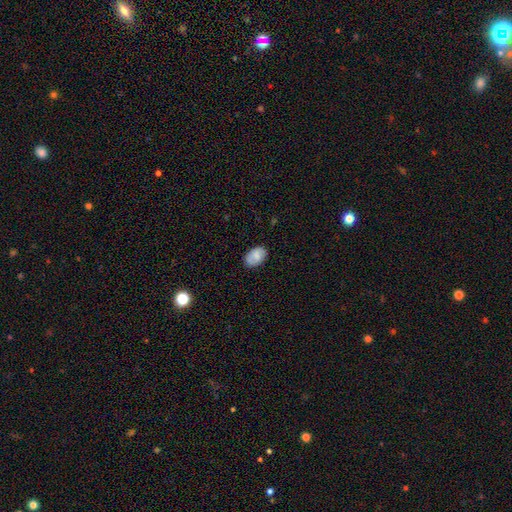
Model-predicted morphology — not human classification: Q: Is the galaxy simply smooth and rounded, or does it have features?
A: smooth — 74%.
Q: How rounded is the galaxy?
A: in between — 87%.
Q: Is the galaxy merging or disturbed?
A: none — 80%.